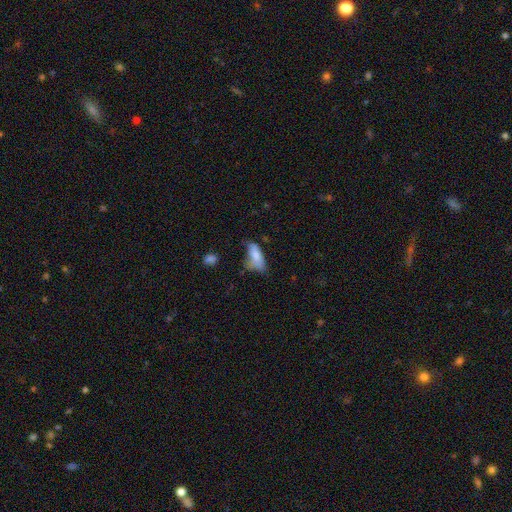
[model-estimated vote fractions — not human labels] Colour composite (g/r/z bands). It shows a smooth galaxy with no disk features (76%) that is in between round and cigar-shaped (83%). Merging: minor disturbance (36%).